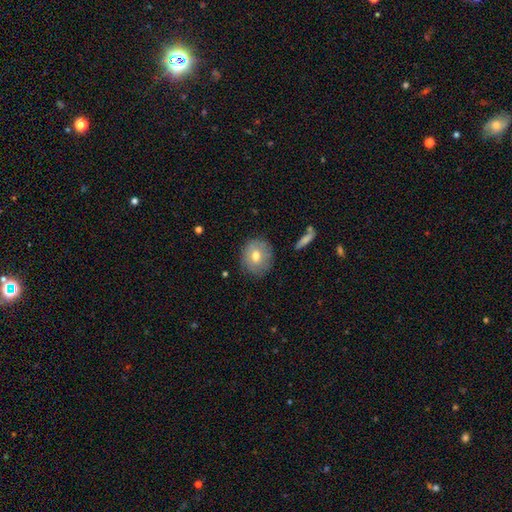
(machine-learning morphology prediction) Smooth or featured? smooth (63%)
How rounded? round (79%)
Merging? none (79%)